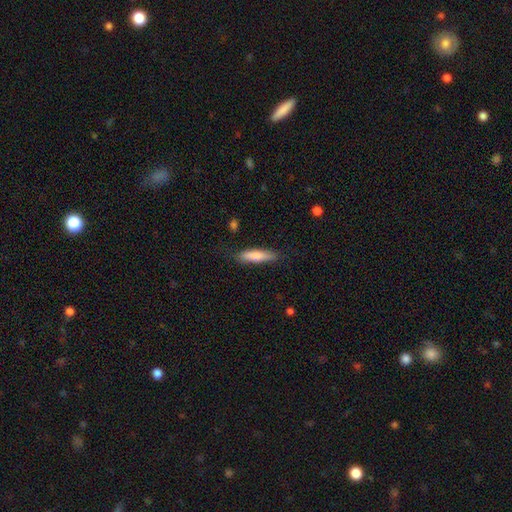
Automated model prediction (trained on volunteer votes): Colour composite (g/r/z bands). It shows a smooth galaxy with no disk features (78%) that is cigar-shaped (78%). Merging: none (79%).